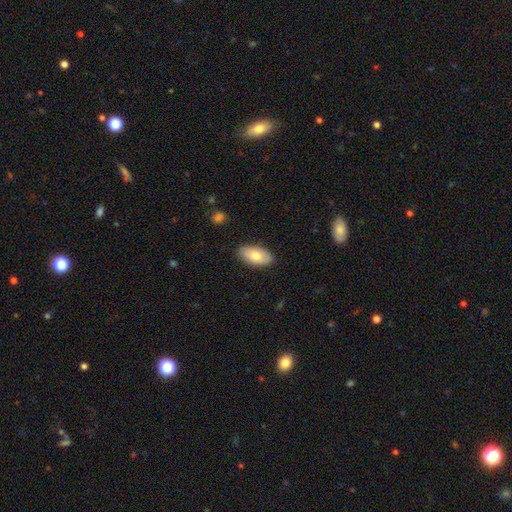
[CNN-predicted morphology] smooth-or-featured: smooth: 75% | featured or disk: 19% | star or artifact: 6%
  how-rounded: in between: 93% | cigar-shaped: 3% | round: 3%
  merging: none: 86% | minor disturbance: 11% | major disturbance: 2% | merger: 1%